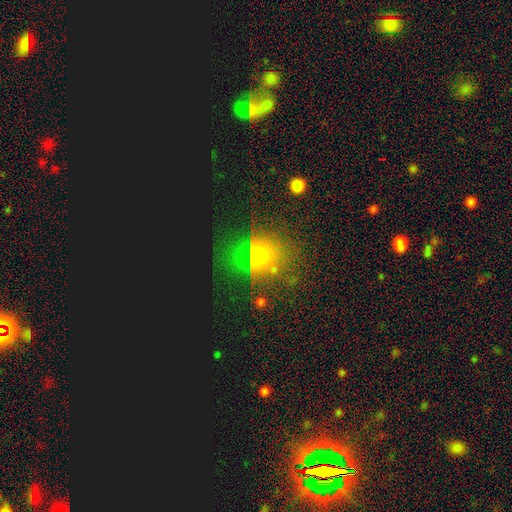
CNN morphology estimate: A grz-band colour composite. It shows a star or artifact, not a galaxy (43%, tied with smooth).